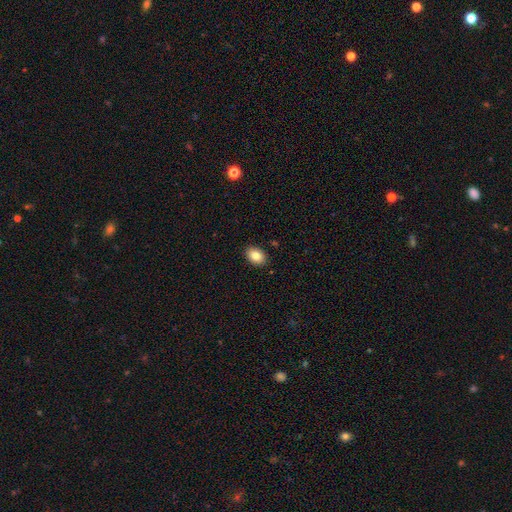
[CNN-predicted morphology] This is clearly a smooth galaxy (84%). How rounded: likely in between (77%). Merging: clearly none (90%).